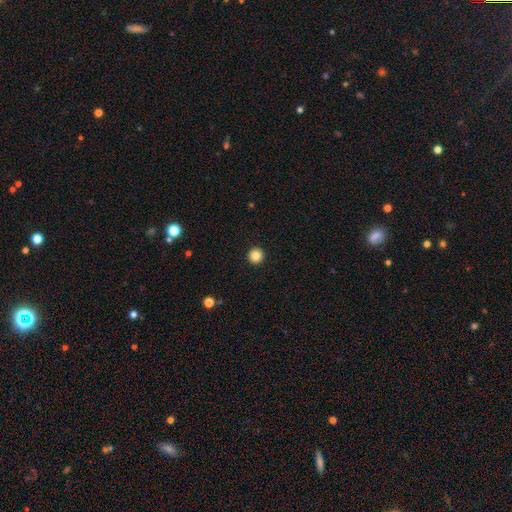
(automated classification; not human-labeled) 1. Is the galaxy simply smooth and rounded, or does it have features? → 84% smooth, 11% star or artifact, 5% featured or disk.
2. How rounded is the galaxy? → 97% round, 2% in between, 1% cigar-shaped.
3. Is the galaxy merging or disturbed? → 94% none, 4% minor disturbance, 1% major disturbance, 1% merger.